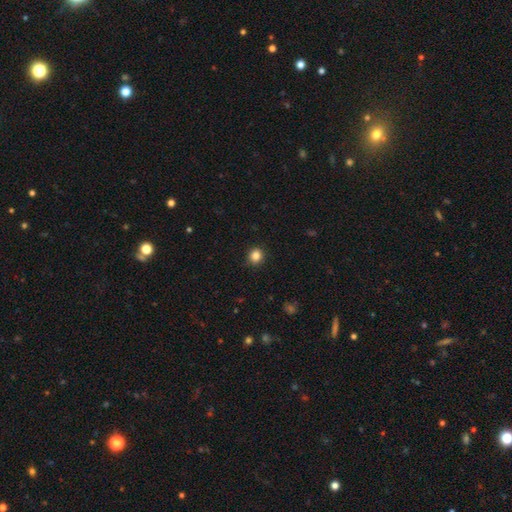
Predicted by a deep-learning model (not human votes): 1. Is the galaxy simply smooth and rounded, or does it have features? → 85% smooth, 11% star or artifact, 4% featured or disk.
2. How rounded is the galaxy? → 85% round, 14% in between, 1% cigar-shaped.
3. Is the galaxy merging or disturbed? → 90% none, 7% minor disturbance, 2% major disturbance, 1% merger.